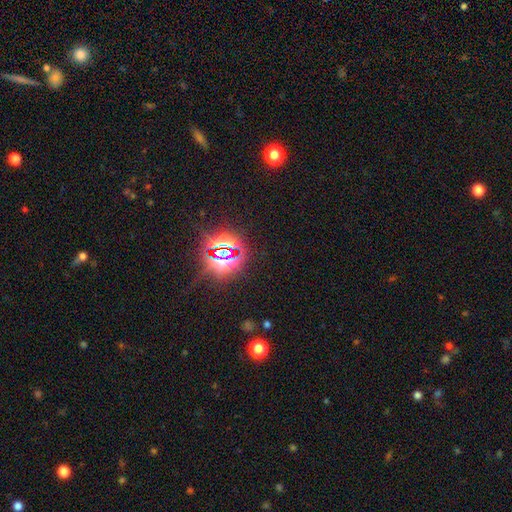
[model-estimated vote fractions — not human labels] smooth_or_featured: star or artifact (p=0.83) [alt: smooth p=0.11]